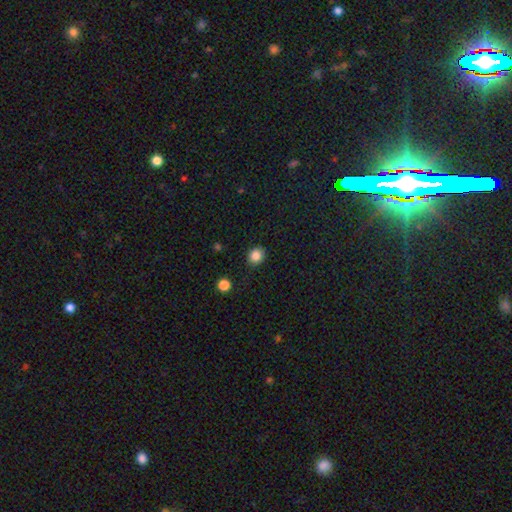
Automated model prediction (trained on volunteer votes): The model was most divided on "how rounded": round: 74%, in between: 25%, cigar-shaped: 1%. More confident: merging — none (87%); smooth or featured — smooth (85%).